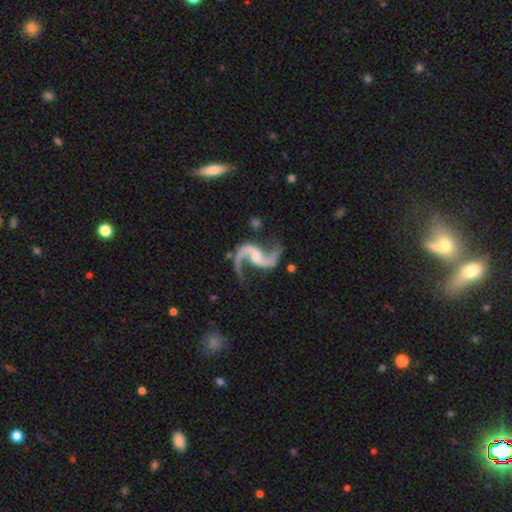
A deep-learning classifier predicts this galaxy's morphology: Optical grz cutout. It shows a featured or disk galaxy (93%) with a weak bar (44%), 2 (94%) loose (70%) spiral arms (98%) and a small central bulge (47%). Merging: none (73%).